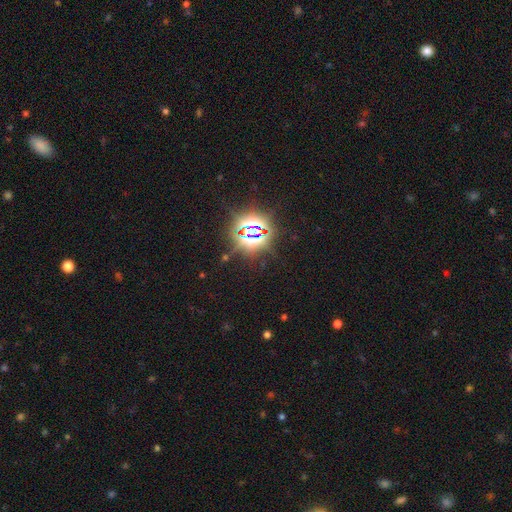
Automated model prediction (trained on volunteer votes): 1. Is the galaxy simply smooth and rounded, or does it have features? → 85% star or artifact, 9% smooth, 6% featured or disk.